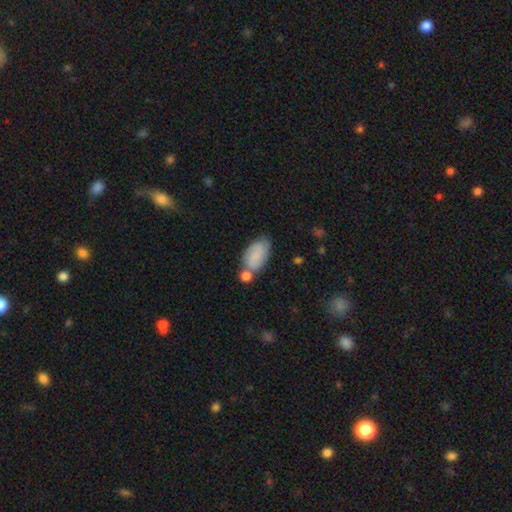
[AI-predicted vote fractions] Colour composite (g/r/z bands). It shows a smooth galaxy with no disk features (70%) that is in between round and cigar-shaped (93%). Merging: none (52%).